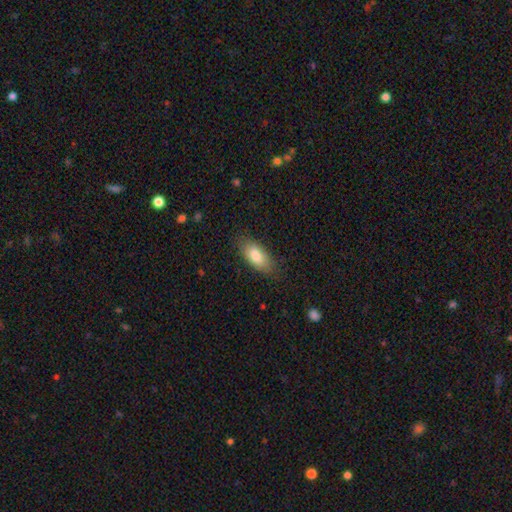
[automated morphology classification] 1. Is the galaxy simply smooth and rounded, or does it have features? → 80% smooth, 13% featured or disk, 7% star or artifact.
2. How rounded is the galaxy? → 87% in between, 10% cigar-shaped, 3% round.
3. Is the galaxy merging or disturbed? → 83% none, 13% minor disturbance, 3% major disturbance, 1% merger.